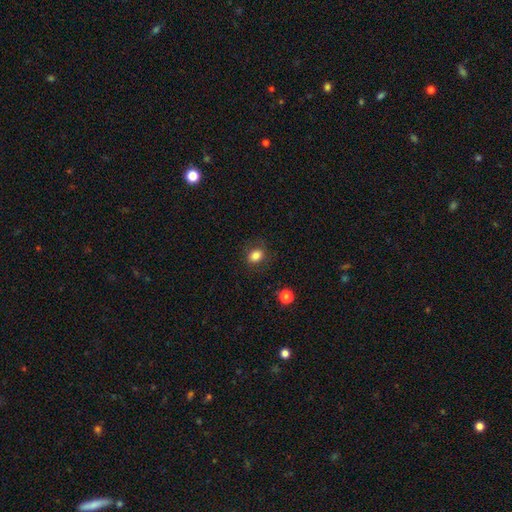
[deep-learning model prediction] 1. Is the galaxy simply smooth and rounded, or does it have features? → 83% smooth, 10% star or artifact, 7% featured or disk.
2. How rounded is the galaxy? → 60% in between, 39% round, 1% cigar-shaped.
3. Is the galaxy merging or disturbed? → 83% none, 12% minor disturbance, 4% major disturbance, 1% merger.